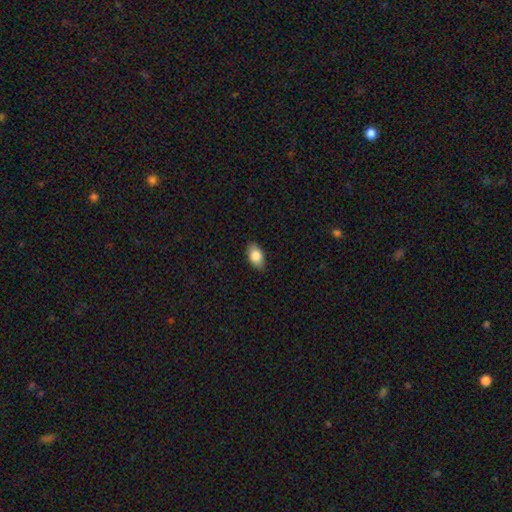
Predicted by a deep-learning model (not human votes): Overall: smooth (83%). How rounded: in between (91%). Merging: none (86%).